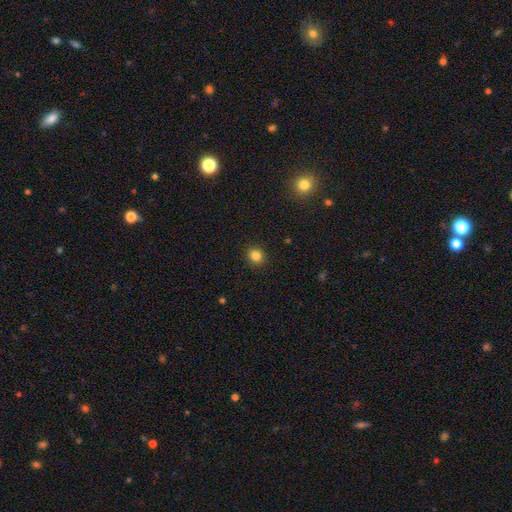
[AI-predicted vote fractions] smooth 84%, star or artifact 12%, featured or disk 4%. Down the decision tree: how rounded — round (79%); merging — none (91%).